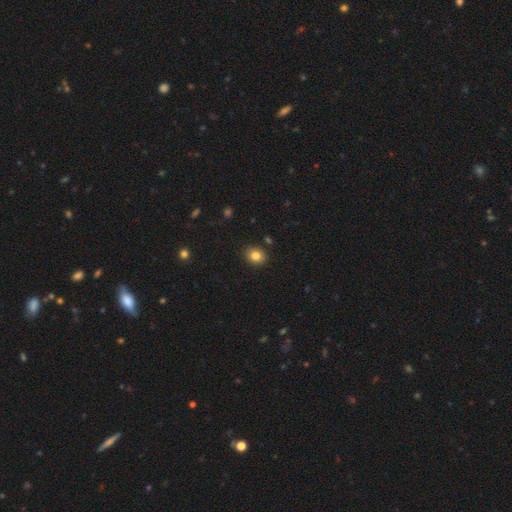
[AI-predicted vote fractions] Overall: smooth (82%). How rounded: round (56%; in between 43%). Merging: none (88%).